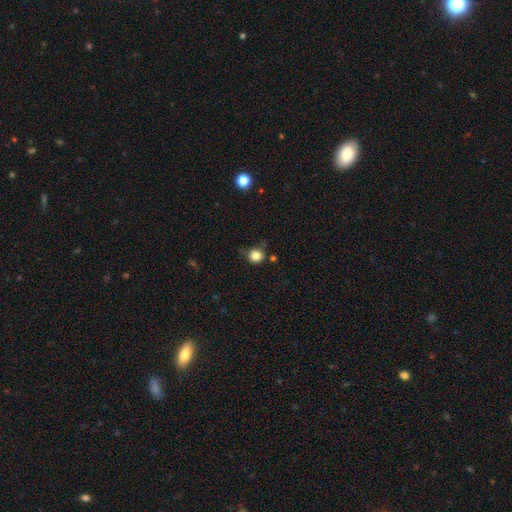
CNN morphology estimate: The model was most divided on "merging": none: 71%, minor disturbance: 19%, major disturbance: 5%, merger: 4%. More confident: how rounded — round (90%); smooth or featured — smooth (84%).